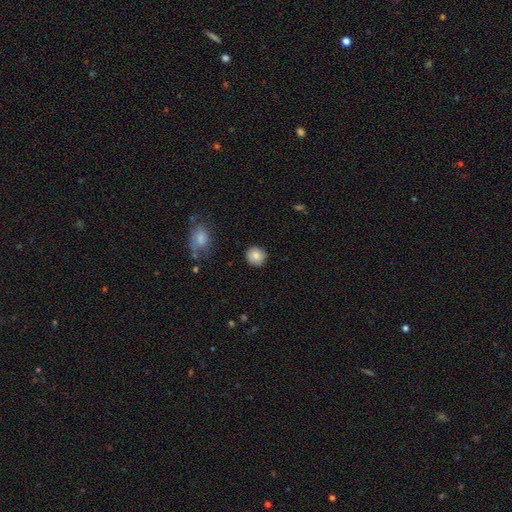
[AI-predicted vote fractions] Smooth or featured? Predicted: smooth (p=0.85). How rounded? Predicted: round (p=0.90). Merging? Predicted: none (p=0.88).